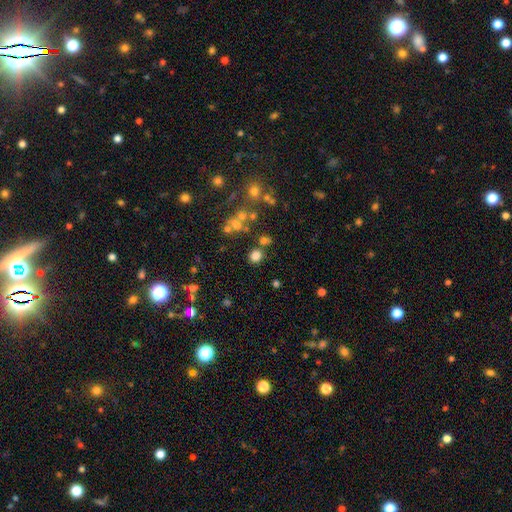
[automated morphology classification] smooth 75%, star or artifact 17%, featured or disk 8%. Down the decision tree: how rounded — round (81%); merging — none (76%).